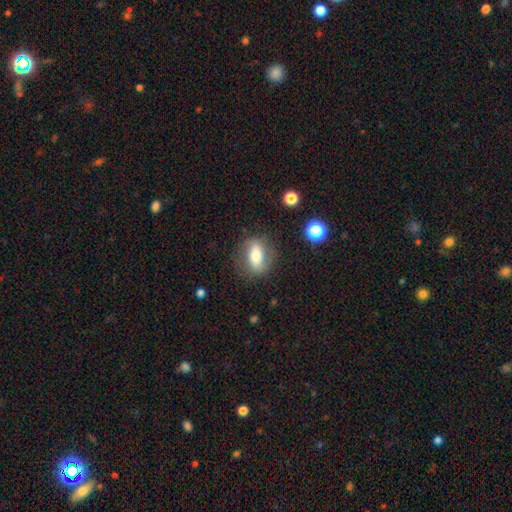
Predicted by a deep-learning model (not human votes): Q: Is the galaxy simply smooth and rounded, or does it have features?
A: smooth — 61%.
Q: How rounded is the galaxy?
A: in between — 71%.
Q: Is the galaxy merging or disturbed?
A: none — 78%.